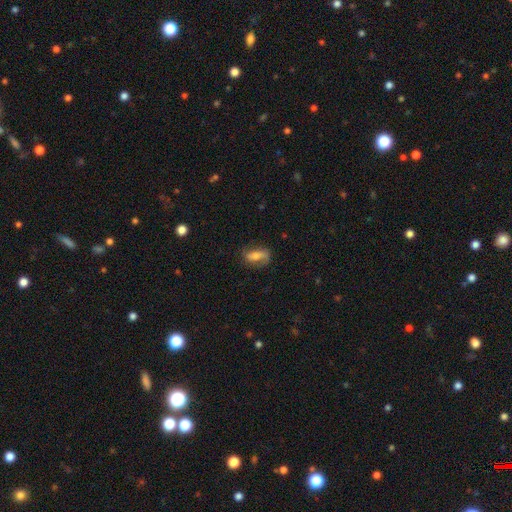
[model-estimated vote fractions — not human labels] Morphology: type=featured or disk (49%); merging=none (65%).